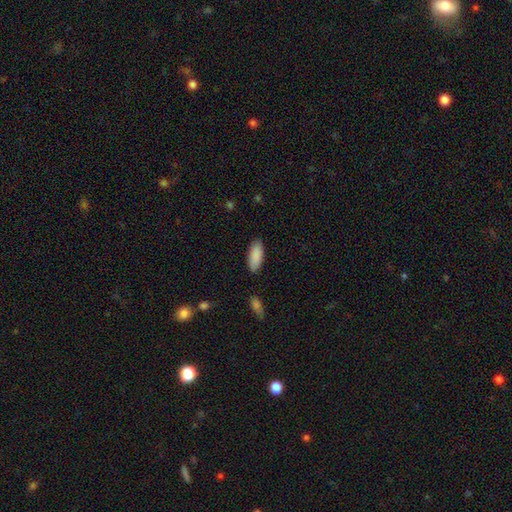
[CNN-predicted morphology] A smooth galaxy with no disk features (89%) that is in between round and cigar-shaped (81%). Merging: none (86%).